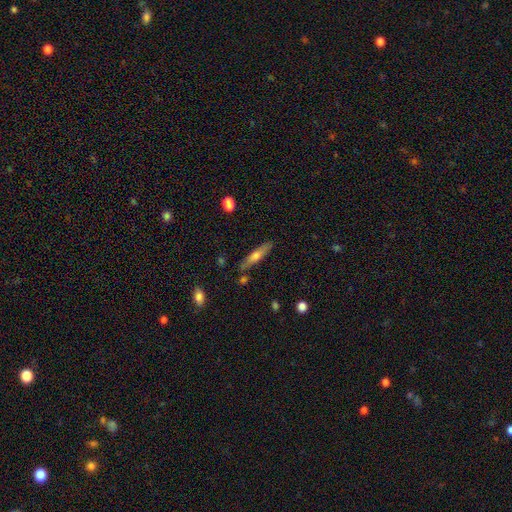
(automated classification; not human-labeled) This appears to be a smooth galaxy with no disk features (56%) that is cigar-shaped (84%). Merging: none (81%).